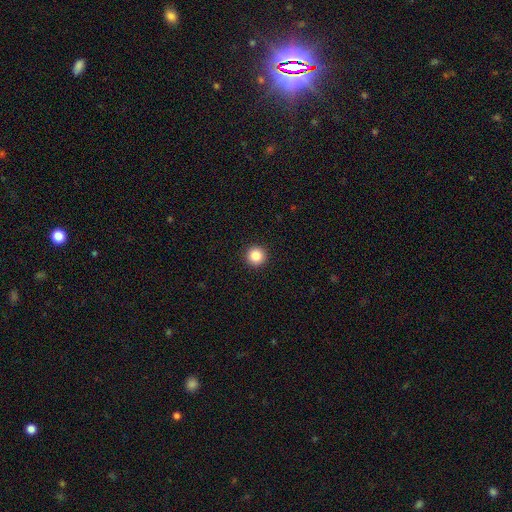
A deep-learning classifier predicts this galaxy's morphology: smooth_or_featured: smooth (p=0.86) [alt: star or artifact p=0.10]
how_rounded: round (p=0.96) [alt: in between p=0.03]
merging: none (p=0.94) [alt: minor disturbance p=0.04]